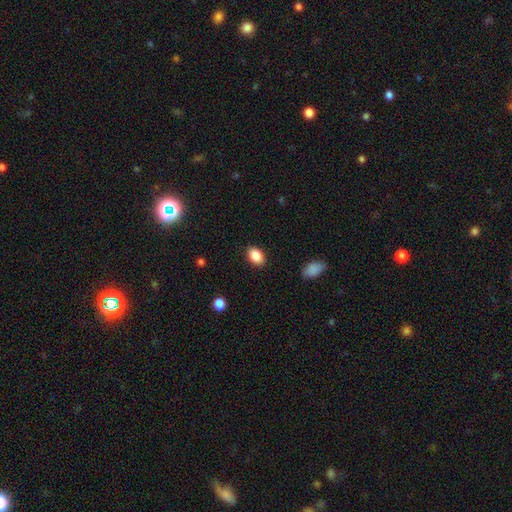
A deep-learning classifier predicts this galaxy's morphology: A smooth galaxy with no disk features (88%) that is in between round and cigar-shaped (85%). Merging: none (88%).